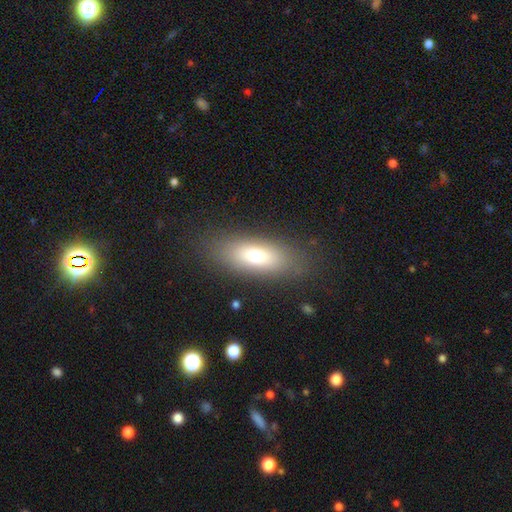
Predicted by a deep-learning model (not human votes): Smooth or featured?
  - smooth: 70% *
  - featured or disk: 20%
  - star or artifact: 10%
How rounded?
  - in between: 73% *
  - cigar-shaped: 23%
  - round: 4%
Merging?
  - none: 84% *
  - minor disturbance: 10%
  - major disturbance: 5%
  - merger: 1%